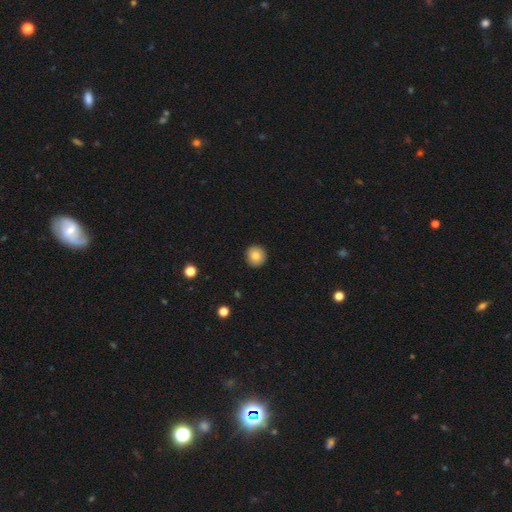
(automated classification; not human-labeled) smooth 83%, star or artifact 9%, featured or disk 8%. Down the decision tree: how rounded — round (95%); merging — none (92%).